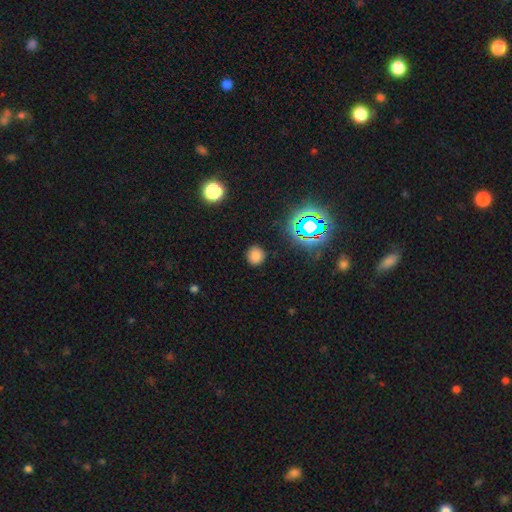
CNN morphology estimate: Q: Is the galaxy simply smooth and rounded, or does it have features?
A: smooth — 74%.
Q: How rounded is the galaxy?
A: round — 87%.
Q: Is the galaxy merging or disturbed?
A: none — 87%.